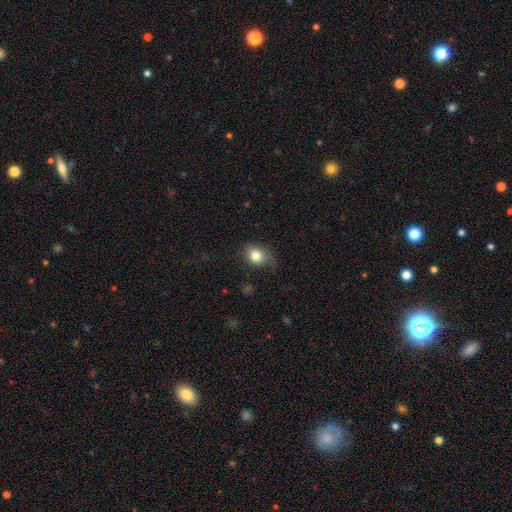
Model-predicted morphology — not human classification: smooth-or-featured: smooth: 80% | star or artifact: 10% | featured or disk: 9%
  how-rounded: round: 57% | in between: 42% | cigar-shaped: 1%
  merging: none: 65% | minor disturbance: 25% | major disturbance: 9% | merger: 1%